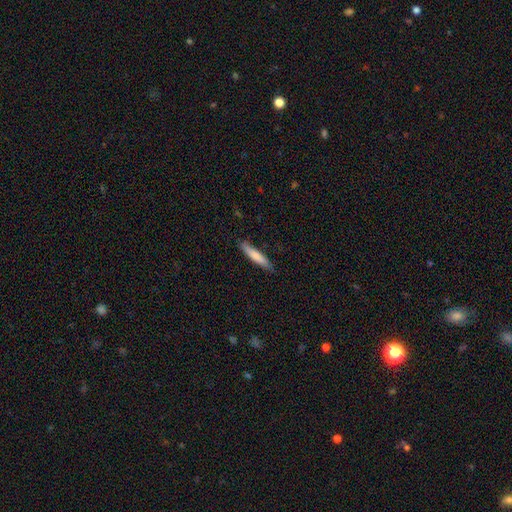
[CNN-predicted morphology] This is likely a smooth galaxy (76%). How rounded: clearly cigar-shaped (89%). Merging: clearly none (85%).